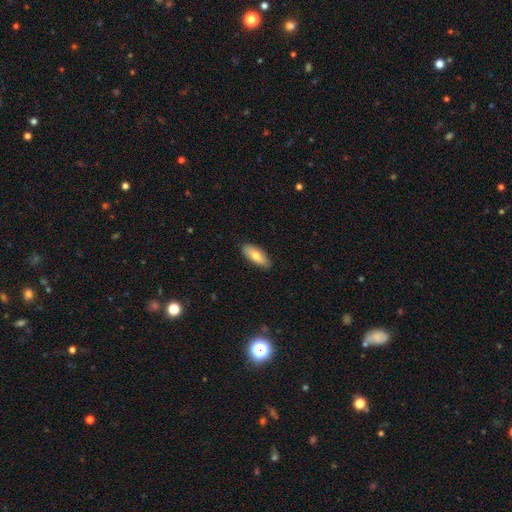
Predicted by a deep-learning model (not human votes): smooth 76%, featured or disk 18%, star or artifact 6%. Down the decision tree: how rounded — in between (79%); merging — none (87%).